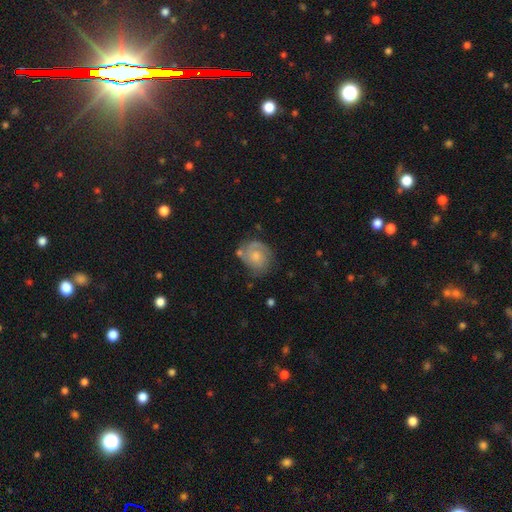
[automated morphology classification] This is likely a featured or disk galaxy (62%). It is clearly not viewed edge-on (98%). Bar: likely no (74%). Spiral arm pattern: clearly yes (88%). Spiral arm count: possibly 2 (46%). Spiral winding: possibly tight (52%). Central bulge: possibly moderate (46%). Merging: likely none (61%).